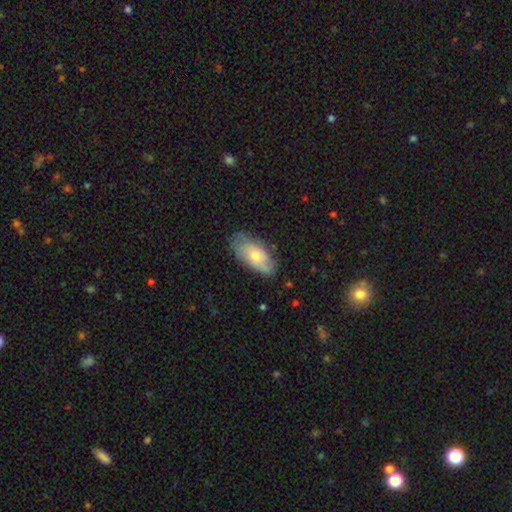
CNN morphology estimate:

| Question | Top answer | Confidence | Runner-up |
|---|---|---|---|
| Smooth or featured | smooth | 64% | featured or disk (29%) |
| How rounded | in between | 89% | cigar-shaped (8%) |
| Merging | none | 71% | minor disturbance (23%) |